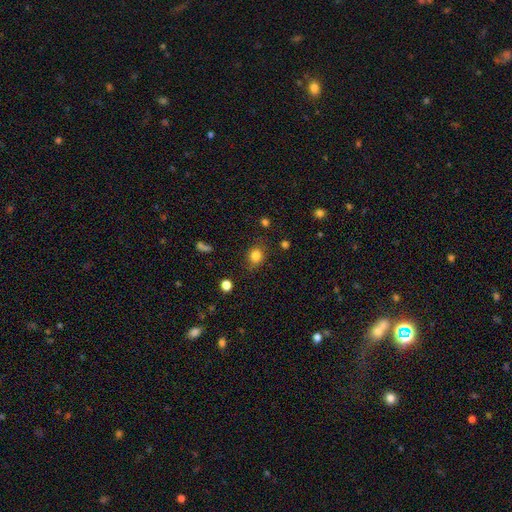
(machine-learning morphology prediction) Smooth or featured? Predicted: smooth (p=0.83). How rounded? Predicted: round (p=0.65). Merging? Predicted: none (p=0.79).